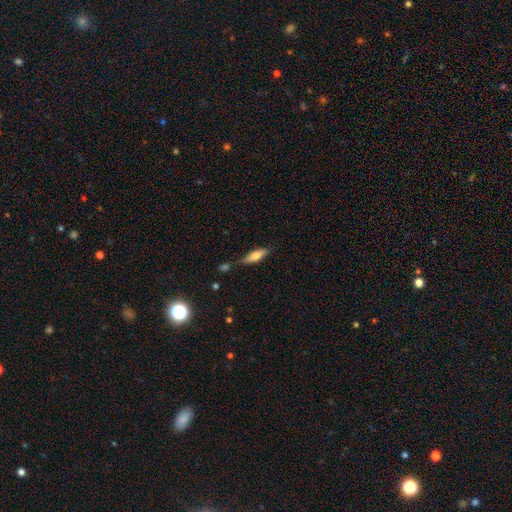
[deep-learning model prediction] This appears to be a smooth galaxy with no disk features (67%) that is cigar-shaped (52%). Merging: none (67%).